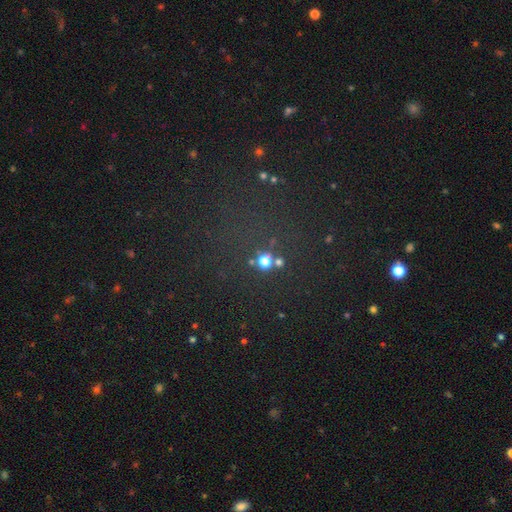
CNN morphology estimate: This is likely a star or artifact rather than a galaxy (64%).